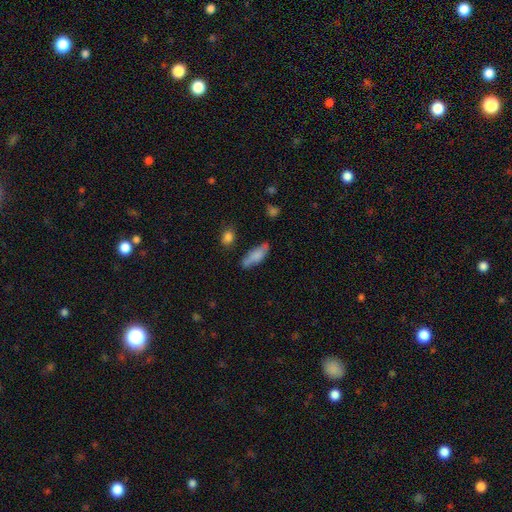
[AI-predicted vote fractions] This is likely a smooth galaxy (76%). How rounded: possibly in between (60%). Merging: likely none (68%).